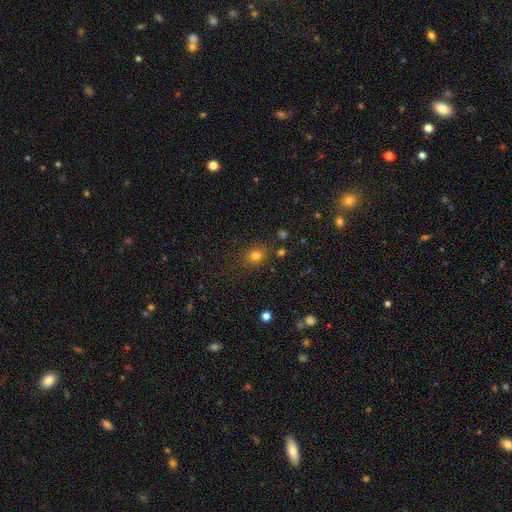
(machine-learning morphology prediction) A smooth galaxy with no disk features (77%) that is round (70%).

Vote fractions:
- Smooth or featured? smooth: 77% / star or artifact: 16% / featured or disk: 7%
- How rounded? round: 70% / in between: 29% / cigar-shaped: 1%
- Merging? none: 83% / minor disturbance: 11% / major disturbance: 4% / merger: 3%